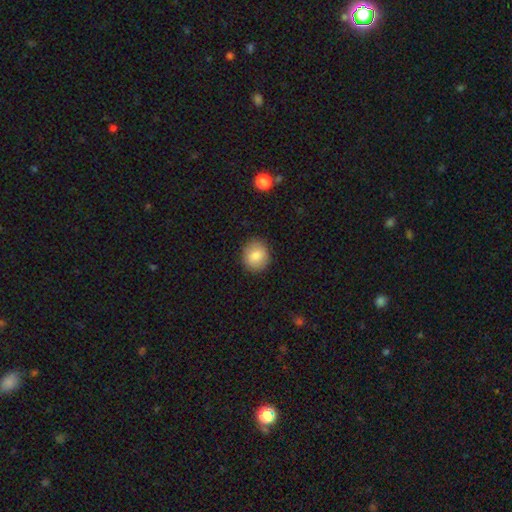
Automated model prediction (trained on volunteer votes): This appears to be a smooth galaxy with no disk features (83%) that is round (81%). Merging: none (89%).